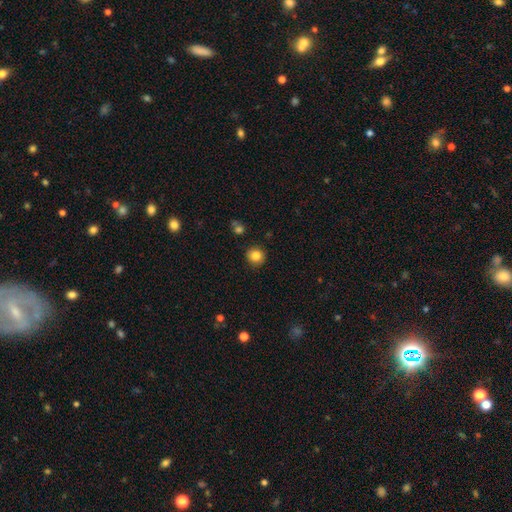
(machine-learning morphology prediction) smooth-or-featured: smooth: 84% | star or artifact: 10% | featured or disk: 6%
  how-rounded: round: 91% | in between: 8% | cigar-shaped: 1%
  merging: none: 88% | minor disturbance: 8% | major disturbance: 2% | merger: 2%